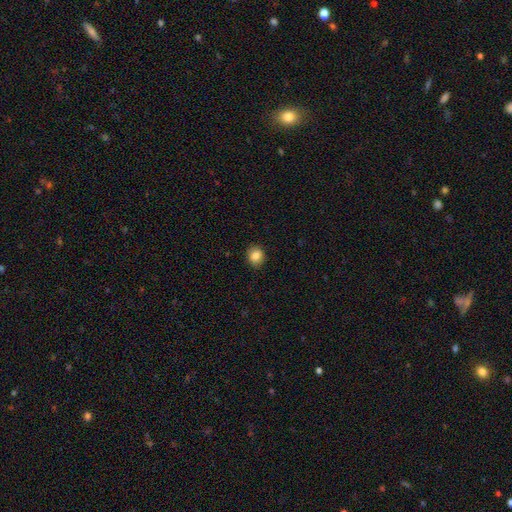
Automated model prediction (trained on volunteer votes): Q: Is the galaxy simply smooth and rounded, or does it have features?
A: smooth — 84%.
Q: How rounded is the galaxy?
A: round — 79%.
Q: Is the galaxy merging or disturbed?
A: none — 91%.